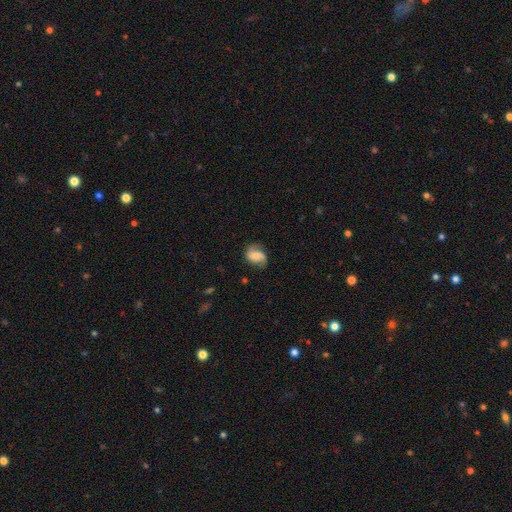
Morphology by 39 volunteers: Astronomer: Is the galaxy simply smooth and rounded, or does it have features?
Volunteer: featured or disk — 49% (runner-up: smooth, 44%).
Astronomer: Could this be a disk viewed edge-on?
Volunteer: no — 100%.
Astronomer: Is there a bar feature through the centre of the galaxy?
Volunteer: no — 42% (runner-up: weak, 37%).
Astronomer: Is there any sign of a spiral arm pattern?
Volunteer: yes — 95%.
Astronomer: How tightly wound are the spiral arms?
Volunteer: medium — 56% (runner-up: loose, 44%).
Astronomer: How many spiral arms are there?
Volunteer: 2 — 94%.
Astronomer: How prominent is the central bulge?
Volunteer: none — 37% (runner-up: moderate, 21%).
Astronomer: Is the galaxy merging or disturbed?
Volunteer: none — 58%.